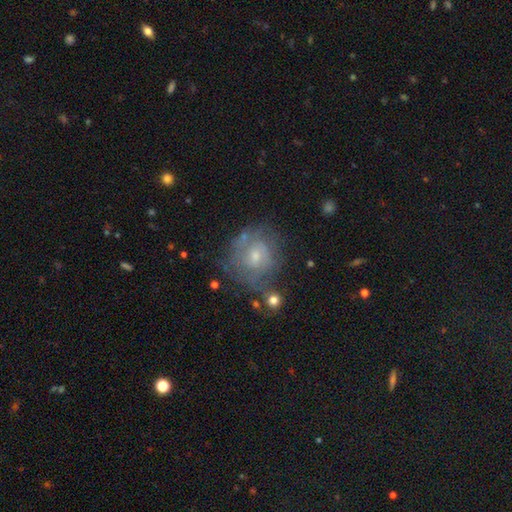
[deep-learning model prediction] smooth-or-featured: featured or disk: 59% | smooth: 31% | star or artifact: 10%
  disk-edge-on: no: 97% | yes: 3%
    bar: no: 63% | weak: 32% | strong: 5%
    has-spiral-arms: yes: 68% | no: 32%
    bulge-size: small: 48% | moderate: 45% | none: 3% | large: 3% | dominant: 1%
  merging: none: 58% | minor disturbance: 22% | major disturbance: 14% | merger: 6%